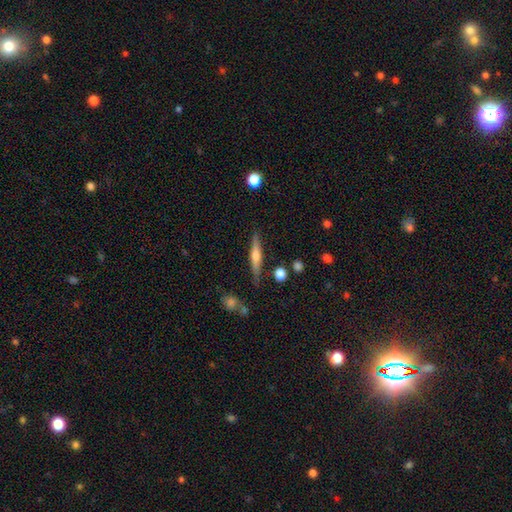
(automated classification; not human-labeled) Overall: featured or disk (55%; smooth 38%). Edge-on disk: yes (96%). Edge-on bulge: rounded (81%). Merging: none (84%).